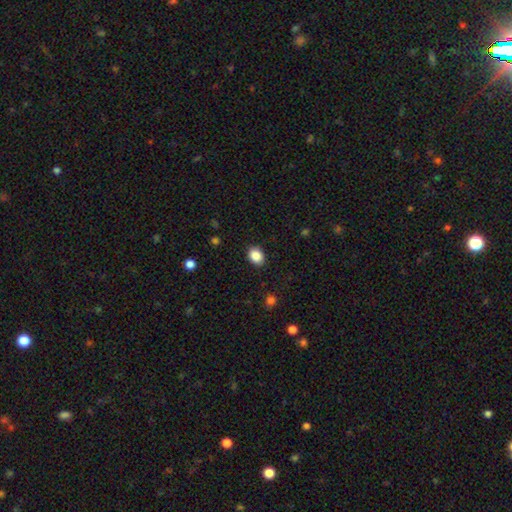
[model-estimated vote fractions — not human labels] Smooth or featured? smooth (88%)
How rounded? in between (61%)
Merging? none (89%)